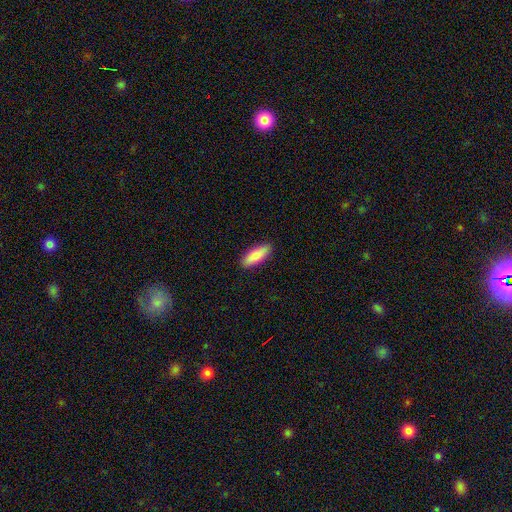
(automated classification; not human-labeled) Smooth or featured? Predicted: smooth (p=0.85). How rounded? Predicted: in between (p=0.64). Merging? Predicted: none (p=0.90).